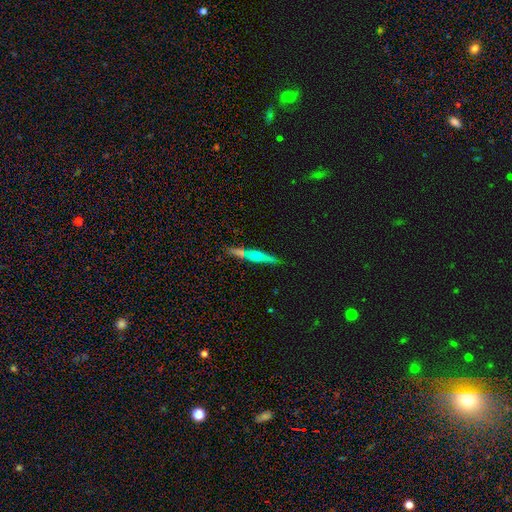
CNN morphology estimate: A featured or disk galaxy (54%) viewed edge-on (93%) with a rounded central bulge (77%). Merging: none (69%).